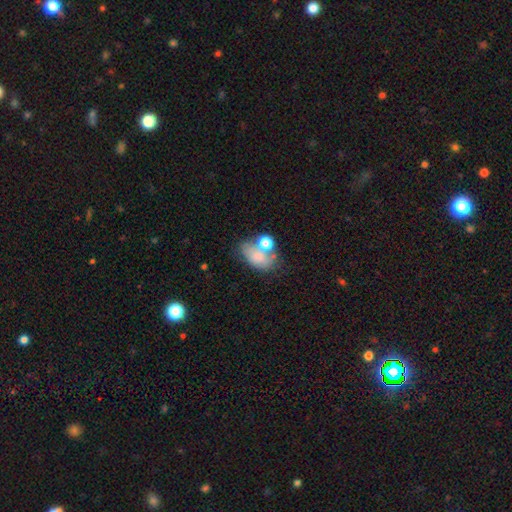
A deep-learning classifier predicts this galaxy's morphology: type=smooth (67%); roundness=in between (80%); merging=none (34%).